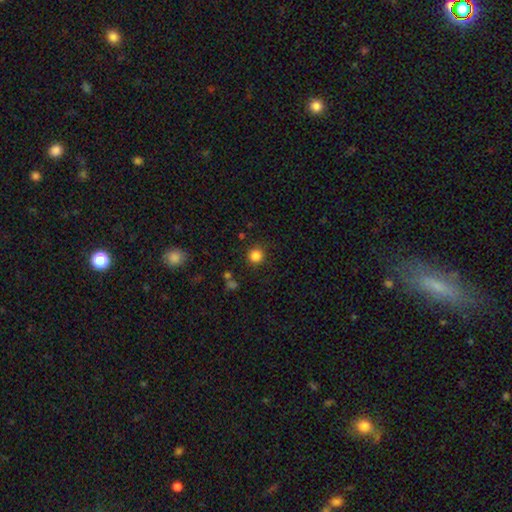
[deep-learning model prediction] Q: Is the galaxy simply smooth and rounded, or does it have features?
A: smooth — 84%.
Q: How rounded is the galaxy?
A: round — 94%.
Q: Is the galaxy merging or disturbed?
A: none — 87%.